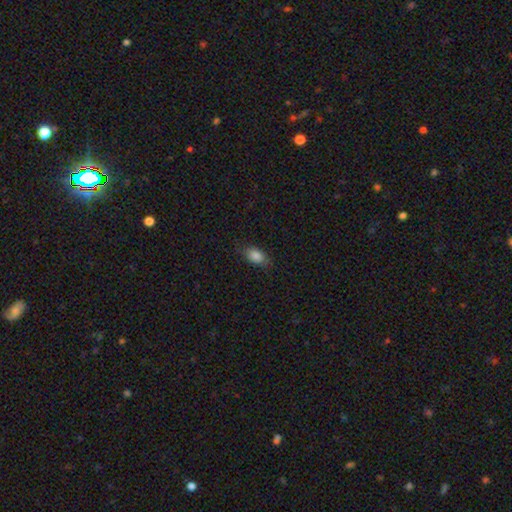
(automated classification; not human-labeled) Q: Smooth or featured?
A: smooth (86%); runner-up: star or artifact (8%)
Q: How rounded?
A: in between (87%); runner-up: round (10%)
Q: Merging?
A: none (79%); runner-up: minor disturbance (17%)